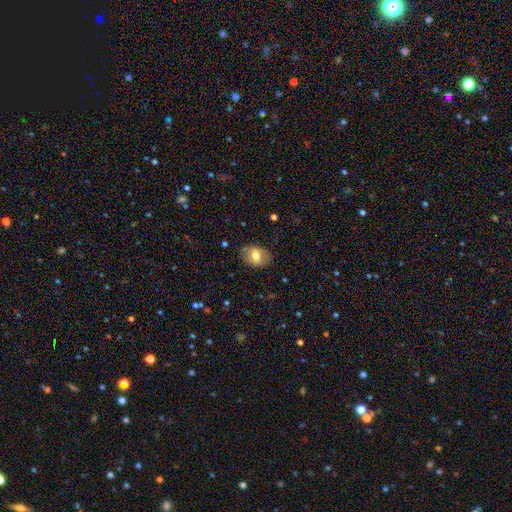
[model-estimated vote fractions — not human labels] This appears to be a smooth galaxy with no disk features (66%) that is in between round and cigar-shaped (67%). Merging: none (79%).